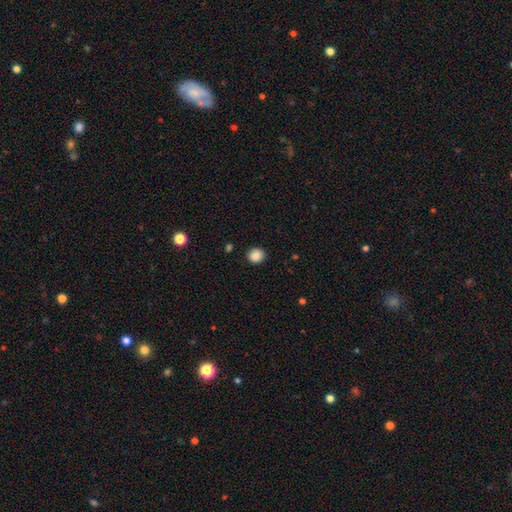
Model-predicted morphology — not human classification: smooth-or-featured: smooth: 88% | star or artifact: 9% | featured or disk: 3%
  how-rounded: round: 83% | in between: 16% | cigar-shaped: 1%
  merging: none: 90% | minor disturbance: 7% | major disturbance: 2% | merger: 1%